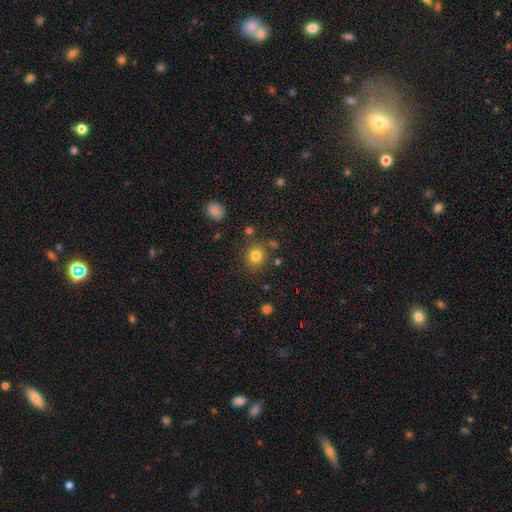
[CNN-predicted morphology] Smooth or featured: smooth — 81% (star or artifact — 12%)
How rounded: round — 80% (in between — 19%)
Merging: none — 80% (minor disturbance — 11%)